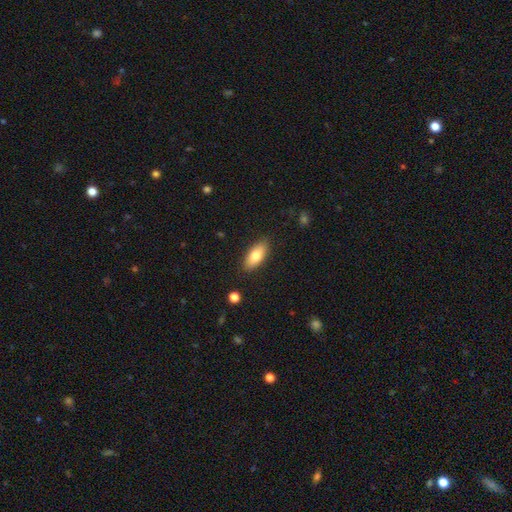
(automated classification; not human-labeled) The model was most divided on "smooth or featured": smooth: 77%, featured or disk: 16%, star or artifact: 7%. More confident: merging — none (87%); how rounded — in between (84%).